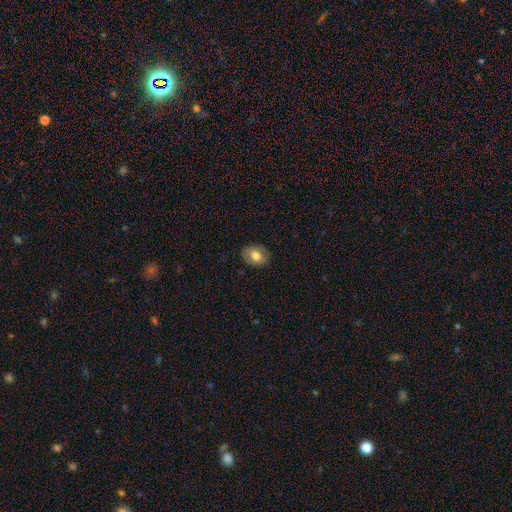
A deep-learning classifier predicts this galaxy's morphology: type=smooth (74%); roundness=in between (58%); merging=none (85%).